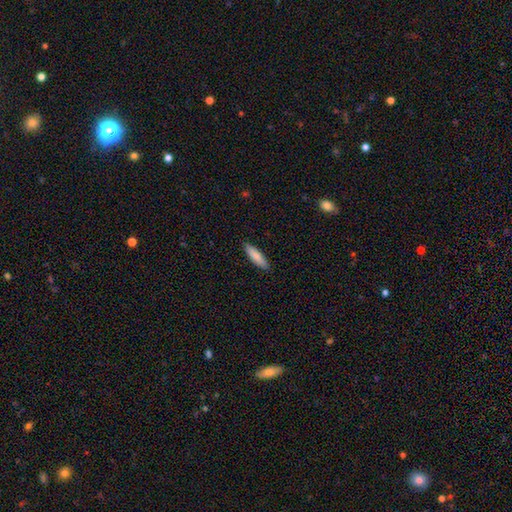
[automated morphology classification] smooth_or_featured: smooth (p=0.85) [alt: featured or disk p=0.09]
how_rounded: cigar-shaped (p=0.69) [alt: in between p=0.30]
merging: none (p=0.90) [alt: minor disturbance p=0.08]